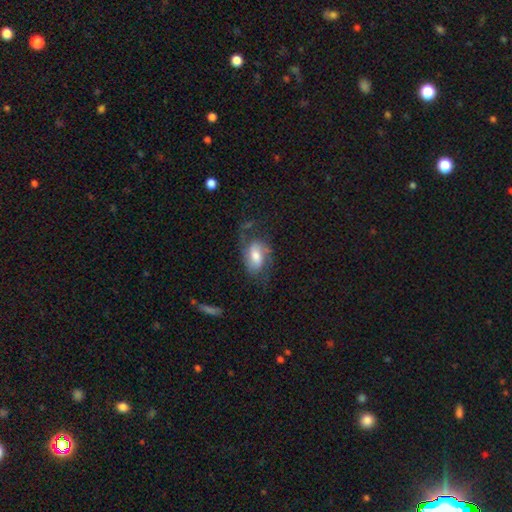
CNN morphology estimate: This appears to be a featured or disk galaxy (64%) with a weak bar (45%), 2 (78%) medium (45%) spiral arms (90%) and a moderate central bulge (54%). Merging: none (53%).